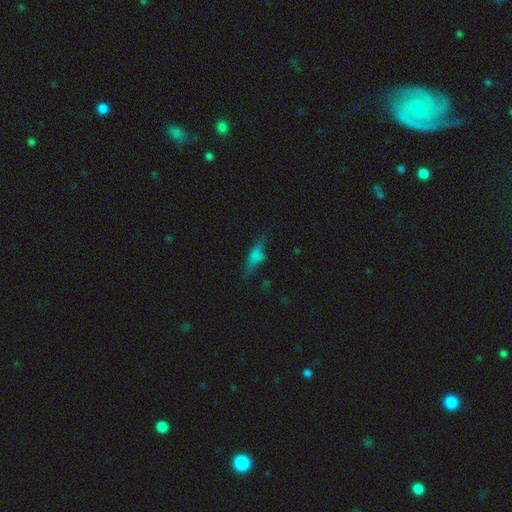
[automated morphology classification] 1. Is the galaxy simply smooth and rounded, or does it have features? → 51% smooth, 35% featured or disk, 14% star or artifact.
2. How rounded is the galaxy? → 48% in between, 46% cigar-shaped, 6% round.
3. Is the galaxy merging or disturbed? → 62% none, 24% minor disturbance, 11% major disturbance, 3% merger.